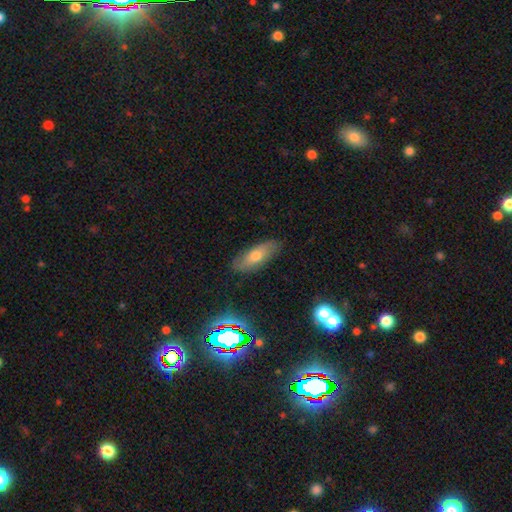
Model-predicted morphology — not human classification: Smooth or featured? Predicted: smooth (p=0.63). How rounded? Predicted: in between (p=0.73). Merging? Predicted: none (p=0.84).